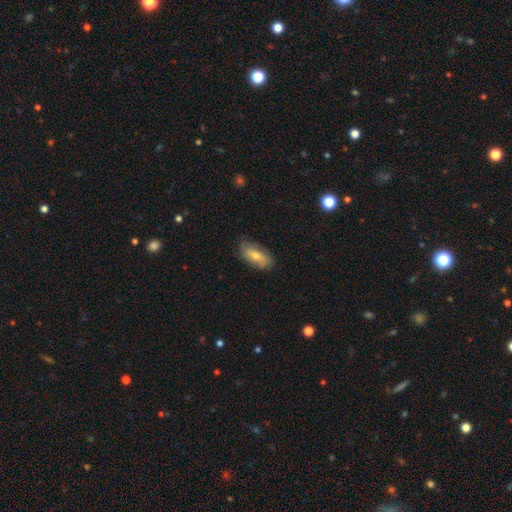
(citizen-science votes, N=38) A smooth galaxy with no disk features (50%) that is in between round and cigar-shaped (89%). Merging: none (73%).